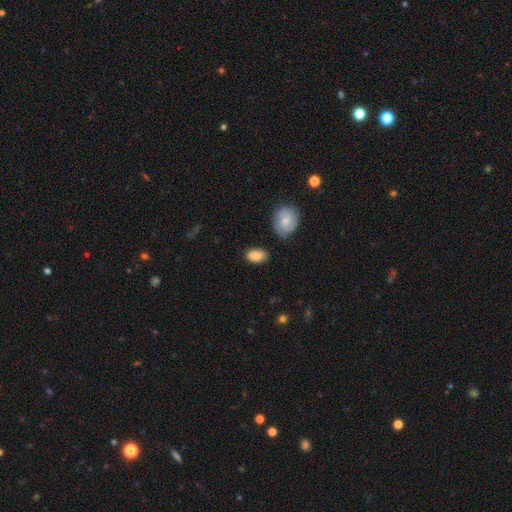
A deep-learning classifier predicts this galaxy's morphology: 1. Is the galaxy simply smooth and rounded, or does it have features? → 85% smooth, 8% featured or disk, 7% star or artifact.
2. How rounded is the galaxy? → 90% in between, 8% round, 2% cigar-shaped.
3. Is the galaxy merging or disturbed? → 71% none, 21% minor disturbance, 4% major disturbance, 4% merger.